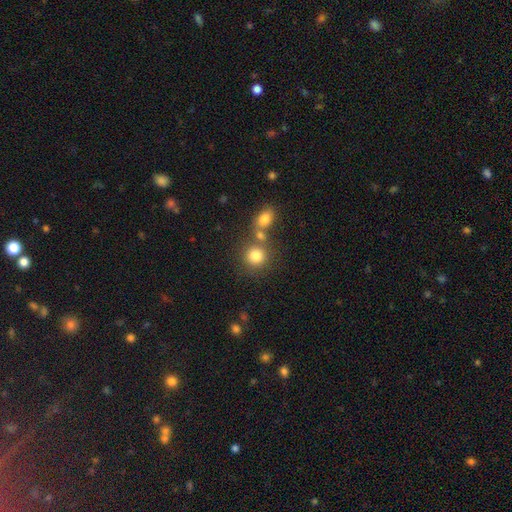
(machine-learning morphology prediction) Q: Smooth or featured?
A: smooth (81%); runner-up: star or artifact (11%)
Q: How rounded?
A: round (85%); runner-up: in between (14%)
Q: Merging?
A: none (59%); runner-up: merger (28%)